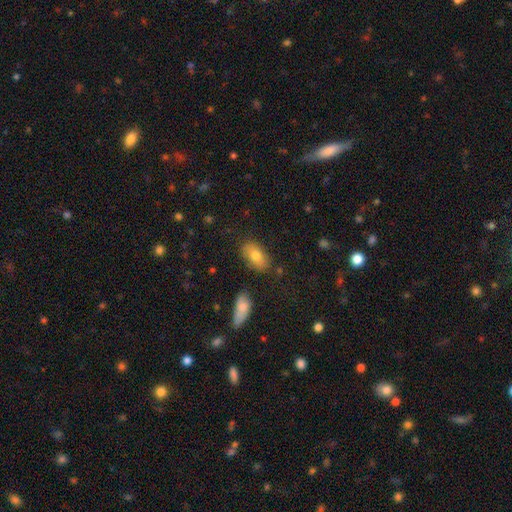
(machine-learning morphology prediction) type=smooth (76%); roundness=in between (90%); merging=none (80%).